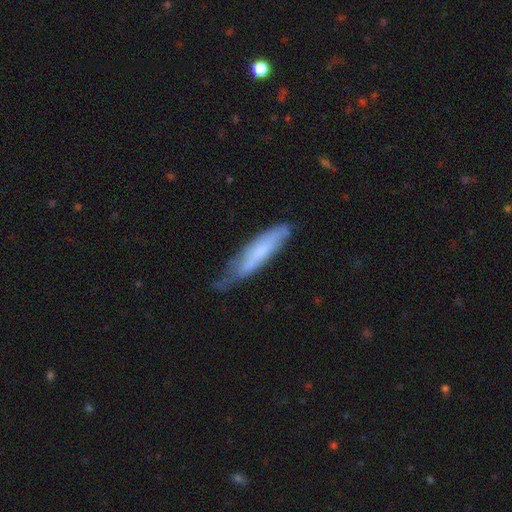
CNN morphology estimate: Smooth or featured?
  - smooth: 50% *
  - featured or disk: 42%
  - star or artifact: 8%
How rounded?
  - cigar-shaped: 81% *
  - in between: 18%
  - round: 1%
Merging?
  - none: 55% *
  - minor disturbance: 34%
  - major disturbance: 9%
  - merger: 2%